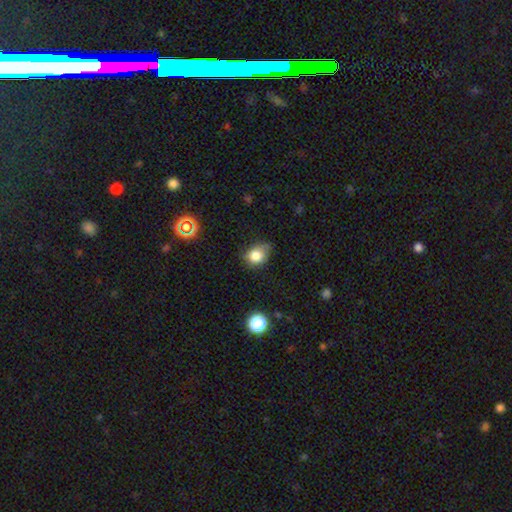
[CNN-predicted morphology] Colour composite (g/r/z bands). It shows a smooth galaxy with no disk features (81%) that is round (54%). Merging: none (56%).